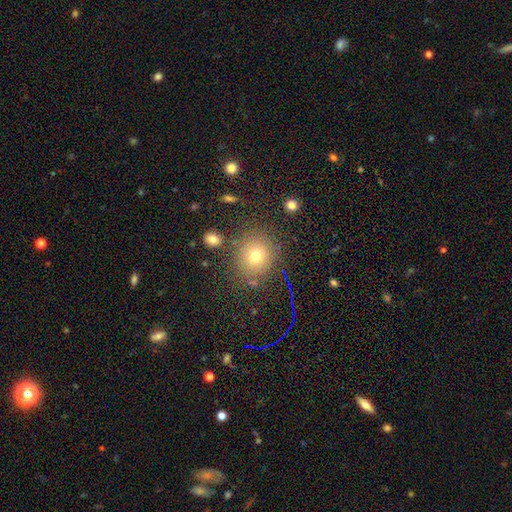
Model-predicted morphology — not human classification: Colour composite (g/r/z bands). It shows a smooth galaxy with no disk features (71%) that is round (83%). Merging: none (82%).